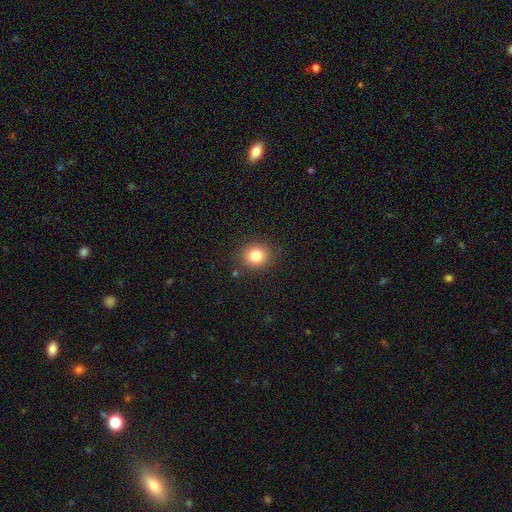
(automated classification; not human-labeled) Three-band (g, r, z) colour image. It shows a smooth galaxy with no disk features (82%) that is round (79%). Merging: none (87%).